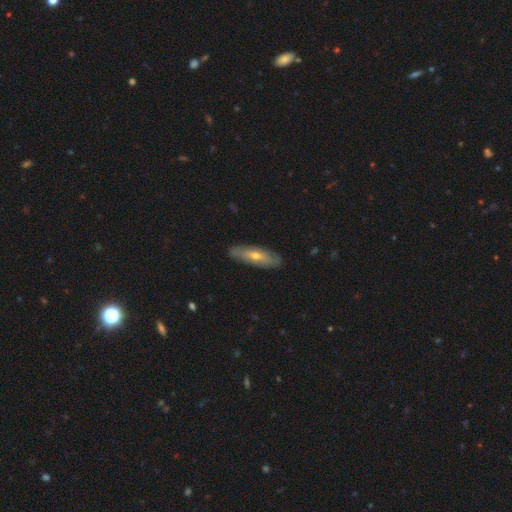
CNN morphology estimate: Smooth or featured?
  - featured or disk: 52% *
  - smooth: 41%
  - star or artifact: 6%
Edge-on disk?
  - no: 62% *
  - yes: 38%
Merging?
  - none: 85% *
  - minor disturbance: 11%
  - major disturbance: 2%
  - merger: 1%